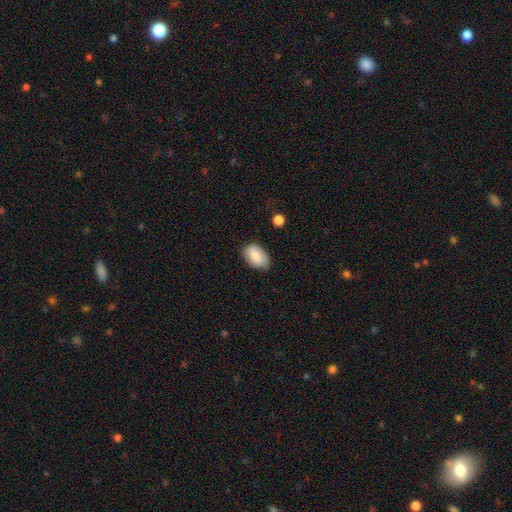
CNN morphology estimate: Smooth or featured?
  - smooth: 78% *
  - featured or disk: 15%
  - star or artifact: 7%
How rounded?
  - in between: 88% *
  - round: 11%
  - cigar-shaped: 1%
Merging?
  - none: 67% *
  - minor disturbance: 27%
  - major disturbance: 4%
  - merger: 2%